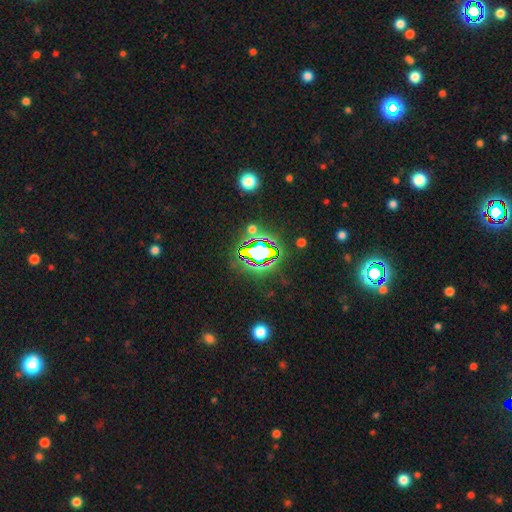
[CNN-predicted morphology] Smooth or featured? star or artifact (70%)